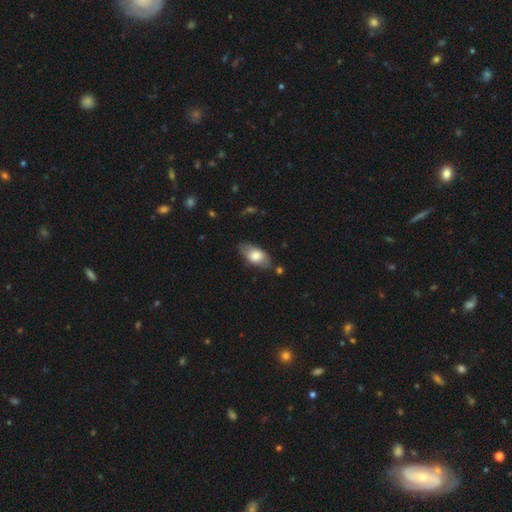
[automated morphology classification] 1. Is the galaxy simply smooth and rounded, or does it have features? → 71% smooth, 23% featured or disk, 6% star or artifact.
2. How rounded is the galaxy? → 91% in between, 5% cigar-shaped, 4% round.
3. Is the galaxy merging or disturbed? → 73% none, 20% minor disturbance, 4% major disturbance, 3% merger.